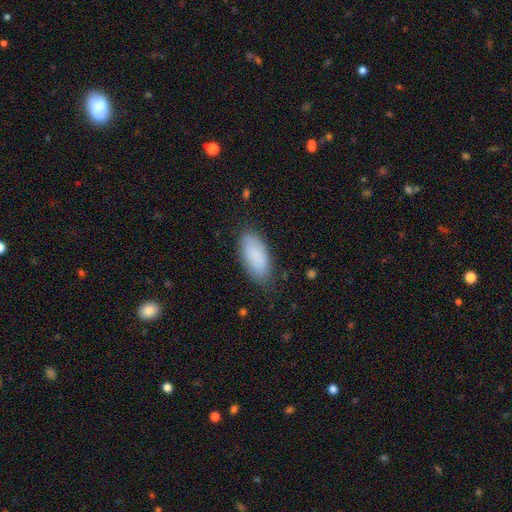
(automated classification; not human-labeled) smooth 87%, star or artifact 6%, featured or disk 6%. Down the decision tree: how rounded — in between (89%); merging — none (80%).